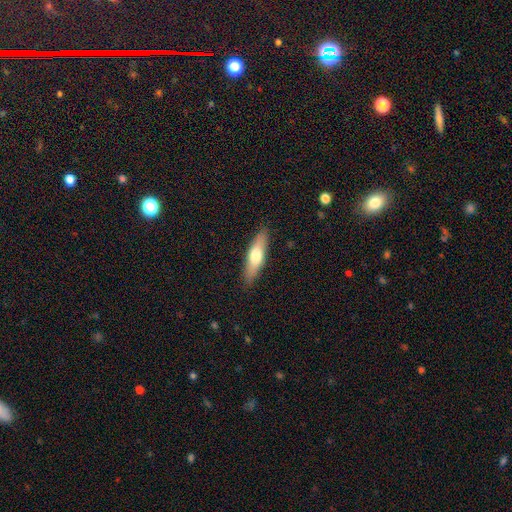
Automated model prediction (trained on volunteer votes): smooth-or-featured: smooth: 59% | featured or disk: 35% | star or artifact: 5%
  how-rounded: cigar-shaped: 66% | in between: 32% | round: 2%
  merging: none: 88% | minor disturbance: 9% | major disturbance: 2% | merger: 1%